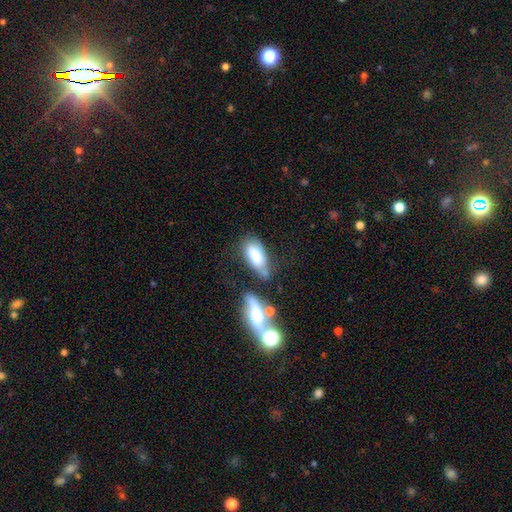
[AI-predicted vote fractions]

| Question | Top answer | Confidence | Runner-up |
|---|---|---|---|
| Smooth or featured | smooth | 75% | featured or disk (18%) |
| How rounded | in between | 85% | cigar-shaped (12%) |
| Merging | none | 40% | merger (26%) |